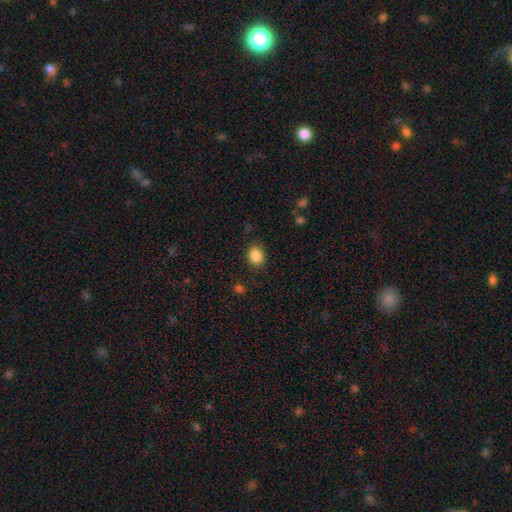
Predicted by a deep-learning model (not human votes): Smooth or featured? Predicted: smooth (p=0.87). How rounded? Predicted: round (p=0.56). Merging? Predicted: none (p=0.85).